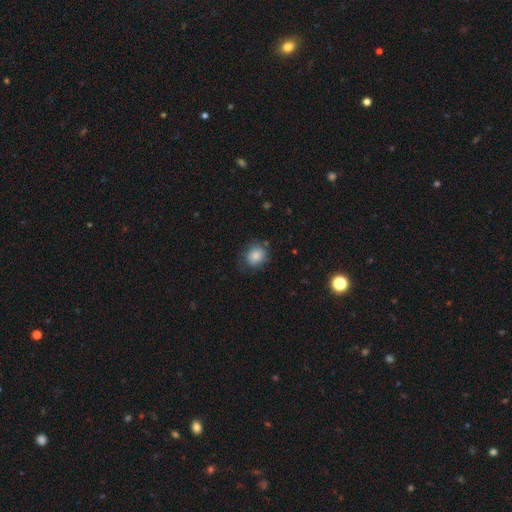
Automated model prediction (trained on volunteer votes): smooth-or-featured: smooth: 83% | star or artifact: 9% | featured or disk: 8%
  how-rounded: round: 73% | in between: 26% | cigar-shaped: 1%
  merging: none: 74% | minor disturbance: 19% | major disturbance: 5% | merger: 2%